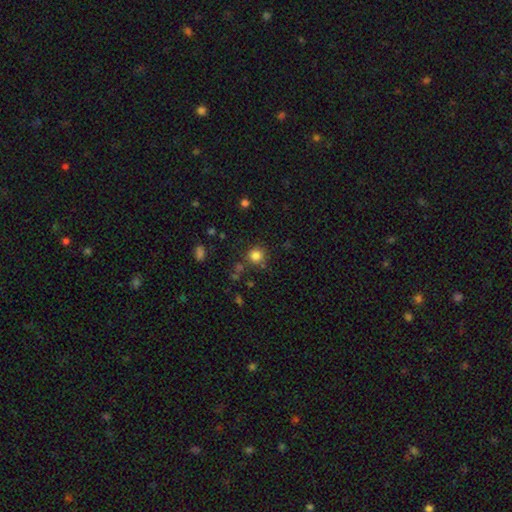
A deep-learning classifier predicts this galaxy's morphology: Smooth or featured? smooth (82%)
How rounded? round (91%)
Merging? none (78%)